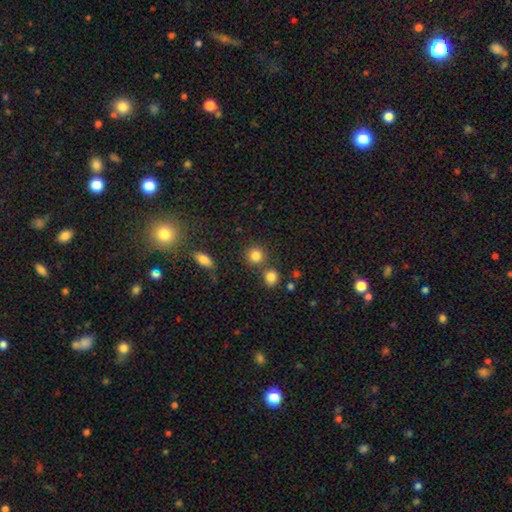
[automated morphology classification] Overall: smooth (84%). How rounded: round (86%). Merging: none (71%).